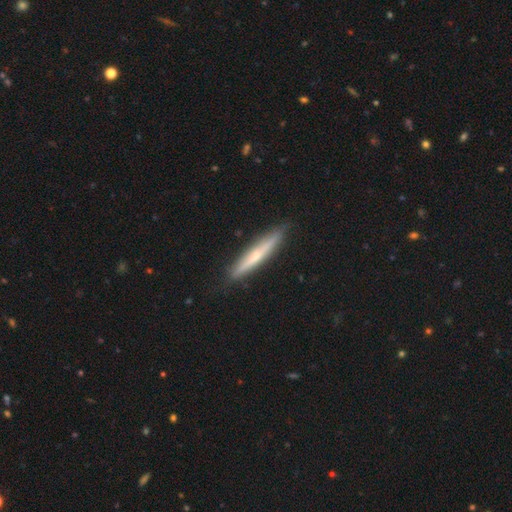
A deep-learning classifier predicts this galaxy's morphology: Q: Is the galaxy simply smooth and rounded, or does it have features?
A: featured or disk — 56%.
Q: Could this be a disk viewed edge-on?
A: yes — 94%.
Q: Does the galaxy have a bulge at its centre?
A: rounded — 68%.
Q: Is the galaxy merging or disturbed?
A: none — 88%.